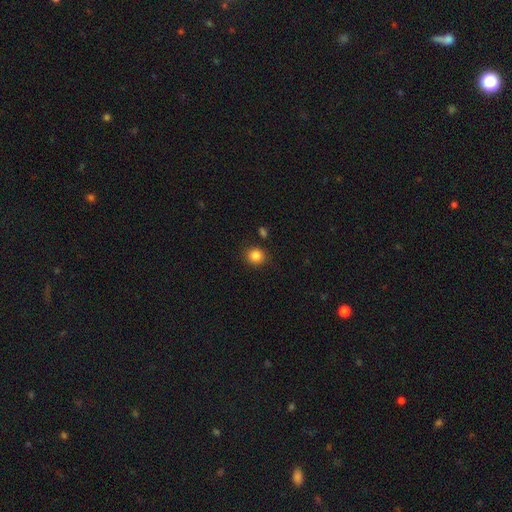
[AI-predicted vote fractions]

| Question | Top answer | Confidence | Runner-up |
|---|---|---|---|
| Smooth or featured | smooth | 85% | star or artifact (10%) |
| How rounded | round | 85% | in between (14%) |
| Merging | none | 87% | minor disturbance (8%) |